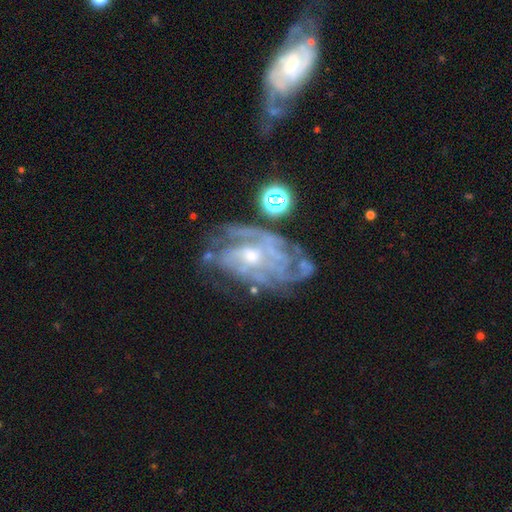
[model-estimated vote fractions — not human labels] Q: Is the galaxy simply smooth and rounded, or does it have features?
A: featured or disk — 83%.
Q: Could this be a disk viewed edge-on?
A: no — 96%.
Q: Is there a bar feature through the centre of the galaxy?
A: no — 65%.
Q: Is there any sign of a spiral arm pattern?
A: yes — 89%.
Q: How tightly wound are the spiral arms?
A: tight — 58%.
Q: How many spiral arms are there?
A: can't tell — 45%.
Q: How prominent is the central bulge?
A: small — 53%.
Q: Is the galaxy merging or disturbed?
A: none — 53%.